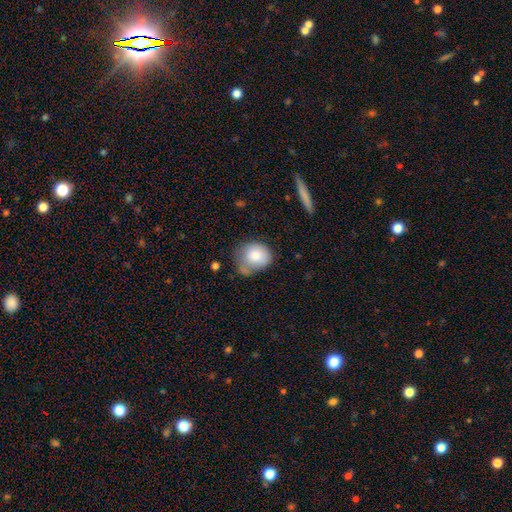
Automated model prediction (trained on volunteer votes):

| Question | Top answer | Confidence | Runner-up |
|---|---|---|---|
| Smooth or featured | smooth | 80% | featured or disk (13%) |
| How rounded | round | 65% | in between (34%) |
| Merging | none | 41% | minor disturbance (35%) |